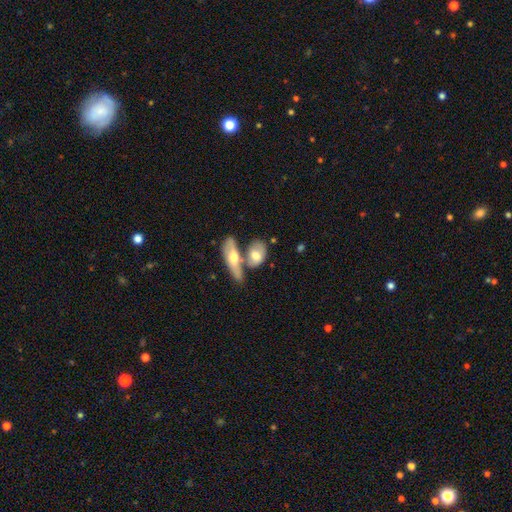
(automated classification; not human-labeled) smooth 61%, featured or disk 33%, star or artifact 5%. Down the decision tree: how rounded — in between (81%); merging — merger (51%).